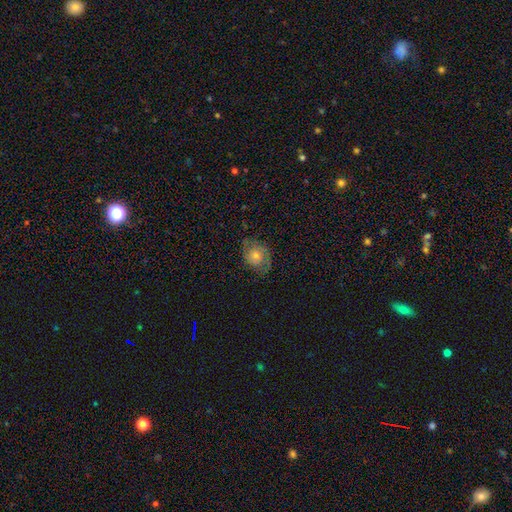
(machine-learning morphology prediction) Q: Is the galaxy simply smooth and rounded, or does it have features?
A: featured or disk — 67%.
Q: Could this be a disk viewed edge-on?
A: no — 97%.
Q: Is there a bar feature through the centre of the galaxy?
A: no — 75%.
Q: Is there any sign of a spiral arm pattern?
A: yes — 89%.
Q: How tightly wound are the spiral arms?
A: tight — 43%.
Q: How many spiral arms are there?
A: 2 — 78%.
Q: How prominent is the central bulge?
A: moderate — 51%.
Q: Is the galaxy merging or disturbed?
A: none — 74%.